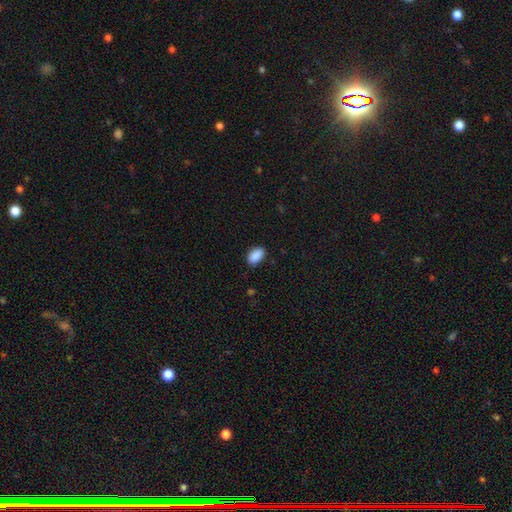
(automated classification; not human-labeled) A smooth galaxy with no disk features (90%) that is in between round and cigar-shaped (93%).

Vote fractions:
- Smooth or featured? smooth: 90% / star or artifact: 7% / featured or disk: 3%
- How rounded? in between: 93% / round: 5% / cigar-shaped: 2%
- Merging? none: 85% / minor disturbance: 11% / major disturbance: 2% / merger: 1%